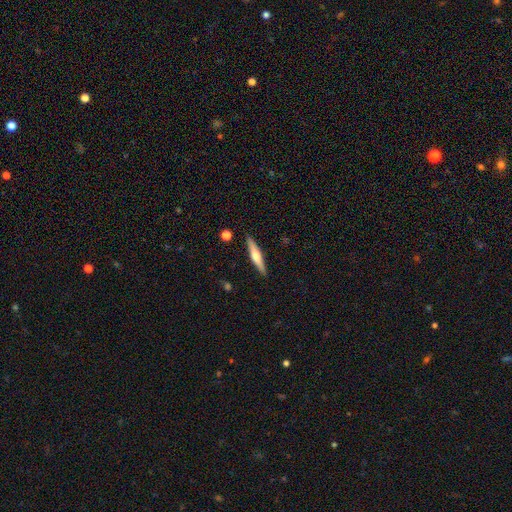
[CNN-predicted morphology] Overall: featured or disk (52%; smooth 42%). Edge-on disk: yes (96%). Merging: none (89%).